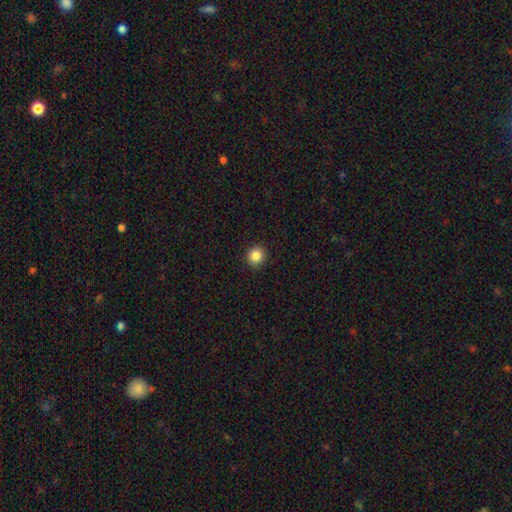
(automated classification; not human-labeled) Morphology: type=smooth (86%); roundness=round (89%); merging=none (92%).